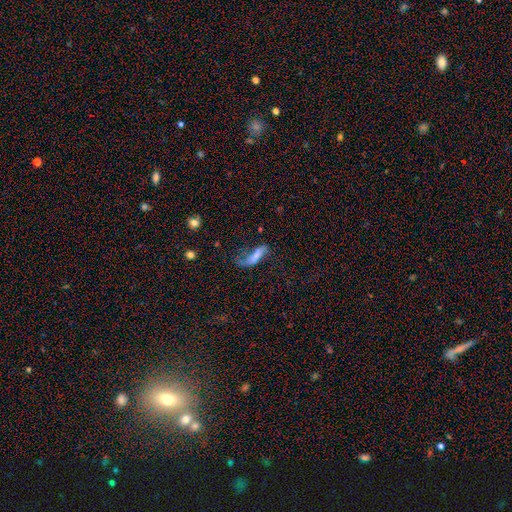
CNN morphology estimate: smooth 51%, featured or disk 38%, star or artifact 11%. Down the decision tree: how rounded — in between (52%); merging — major disturbance (41%).